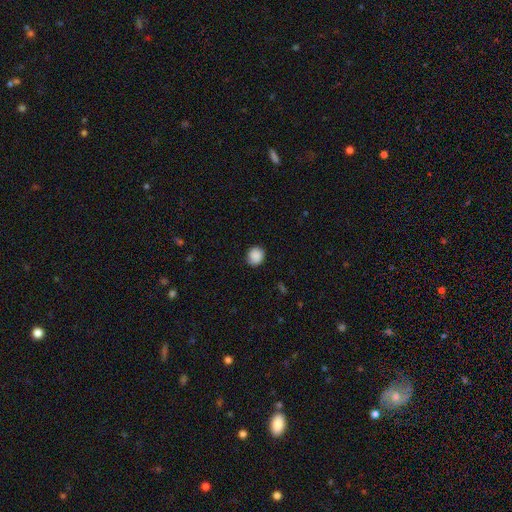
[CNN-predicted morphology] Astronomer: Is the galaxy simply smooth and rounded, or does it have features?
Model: smooth — 87%.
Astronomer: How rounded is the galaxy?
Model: round — 79%.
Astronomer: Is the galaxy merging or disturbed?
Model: none — 82%.